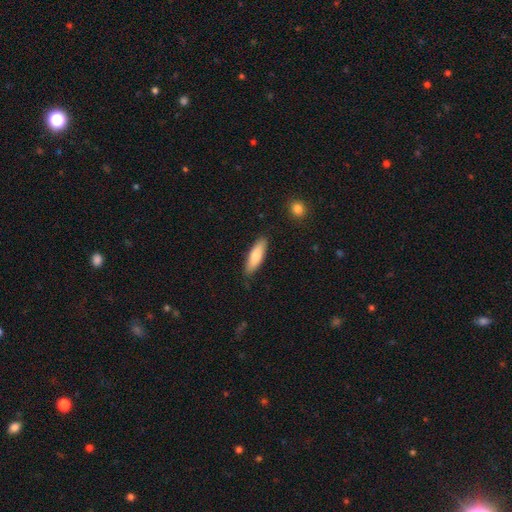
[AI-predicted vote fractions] Q: Smooth or featured?
A: smooth (76%); runner-up: featured or disk (19%)
Q: How rounded?
A: cigar-shaped (52%); runner-up: in between (47%)
Q: Merging?
A: none (85%); runner-up: minor disturbance (11%)